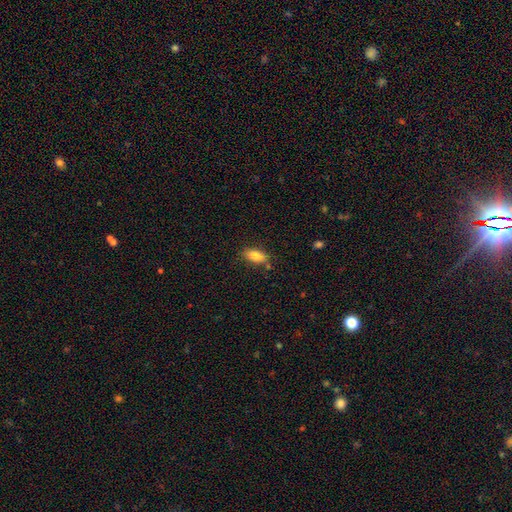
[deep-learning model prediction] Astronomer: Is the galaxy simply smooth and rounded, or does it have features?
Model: smooth — 82%.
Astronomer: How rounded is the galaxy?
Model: in between — 86%.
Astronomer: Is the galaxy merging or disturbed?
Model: none — 78%.